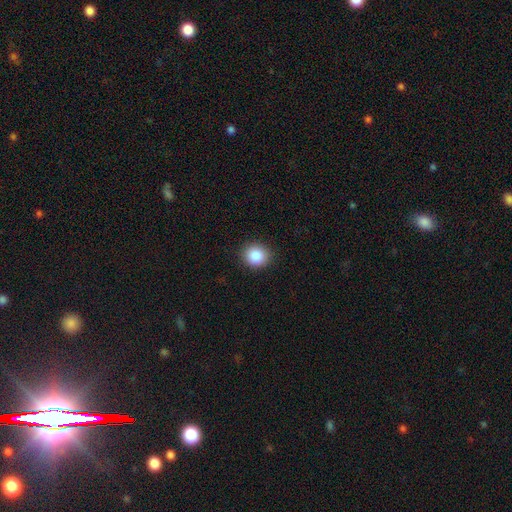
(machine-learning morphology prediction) smooth_or_featured: smooth (p=0.87) [alt: star or artifact p=0.09]
how_rounded: round (p=0.83) [alt: in between p=0.16]
merging: none (p=0.90) [alt: minor disturbance p=0.07]